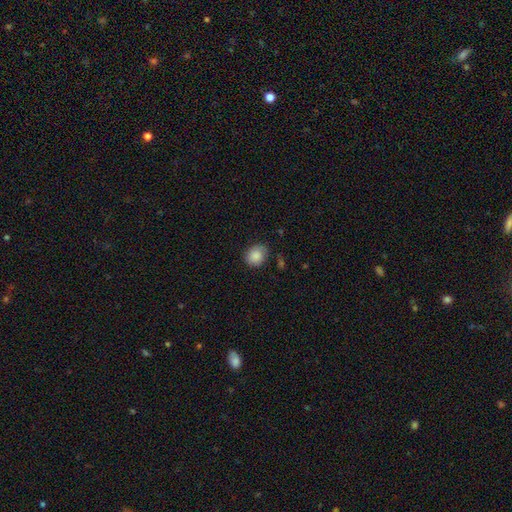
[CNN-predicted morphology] smooth_or_featured: smooth (p=0.86) [alt: star or artifact p=0.08]
how_rounded: round (p=0.63) [alt: in between p=0.36]
merging: none (p=0.72) [alt: minor disturbance p=0.21]